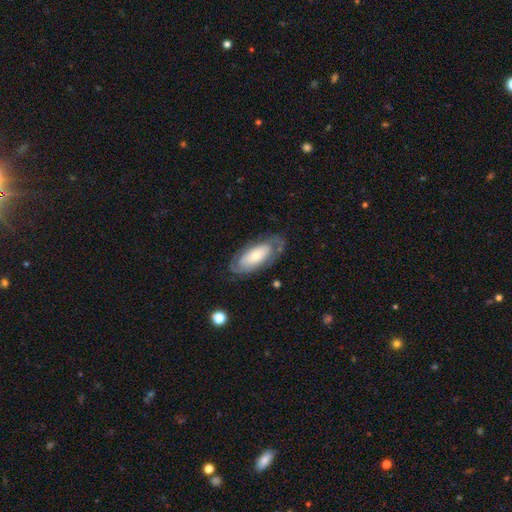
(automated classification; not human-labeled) Smooth or featured? featured or disk (58%)
Edge-on disk? no (89%)
Bar? no (80%)
Spiral arms? yes (65%)
Bulge size? small (52%)
Merging? none (70%)